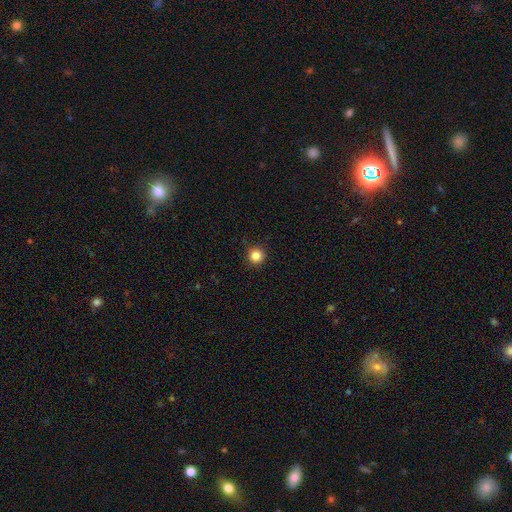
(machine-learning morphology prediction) A smooth galaxy with no disk features (84%) that is round (95%). Merging: none (91%).